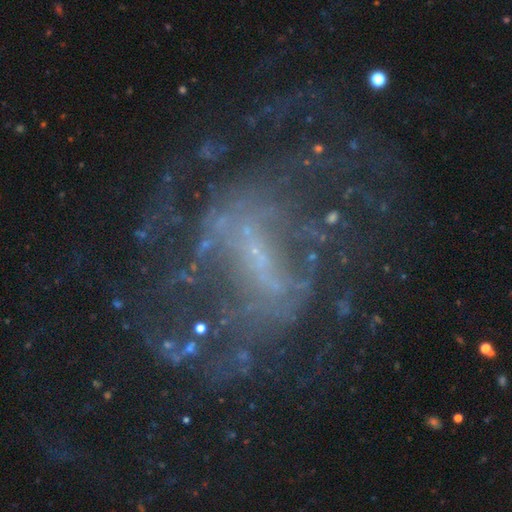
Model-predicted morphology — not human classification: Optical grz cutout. It shows a featured or disk galaxy (76%) with a weak bar (40%), medium (38%) spiral arms (69%) and a small central bulge (53%). Merging: none (50%).